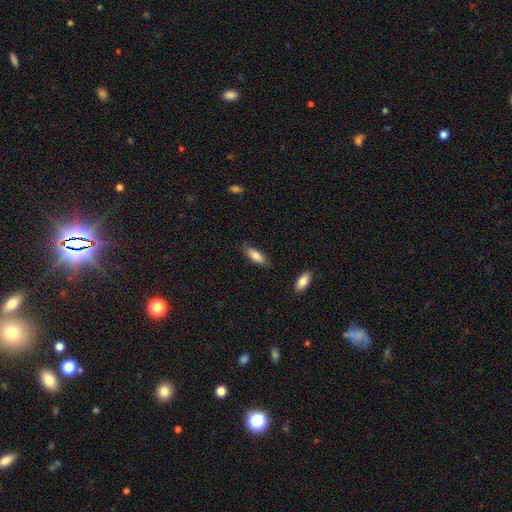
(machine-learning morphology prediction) Q: Smooth or featured?
A: smooth (82%); runner-up: featured or disk (11%)
Q: How rounded?
A: in between (68%); runner-up: cigar-shaped (30%)
Q: Merging?
A: none (78%); runner-up: minor disturbance (17%)